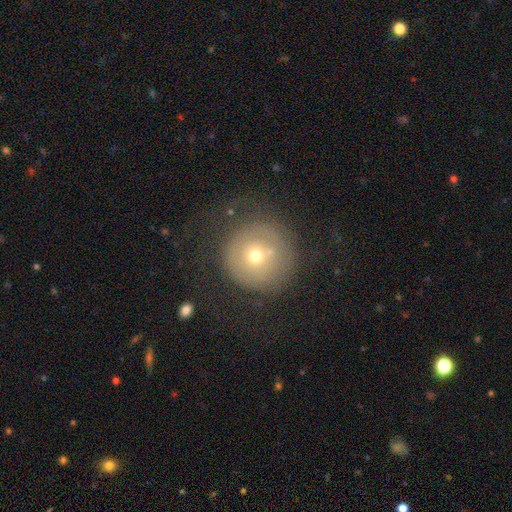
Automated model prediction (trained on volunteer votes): smooth_or_featured: smooth (p=0.58) [alt: featured or disk p=0.30]
how_rounded: round (p=0.94) [alt: in between p=0.05]
merging: none (p=0.63) [alt: minor disturbance p=0.18]